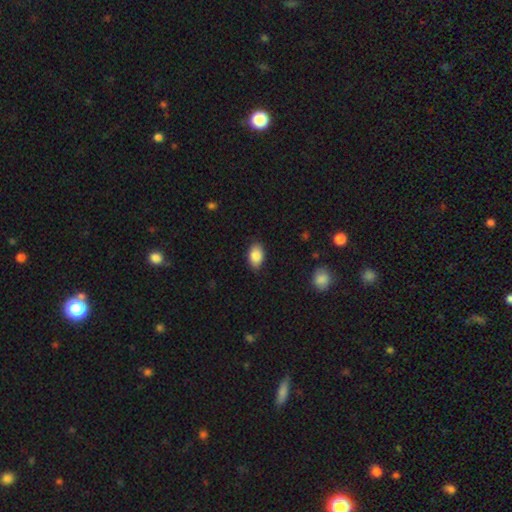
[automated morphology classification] Q: Smooth or featured?
A: smooth (87%); runner-up: star or artifact (7%)
Q: How rounded?
A: in between (89%); runner-up: round (10%)
Q: Merging?
A: none (86%); runner-up: minor disturbance (11%)